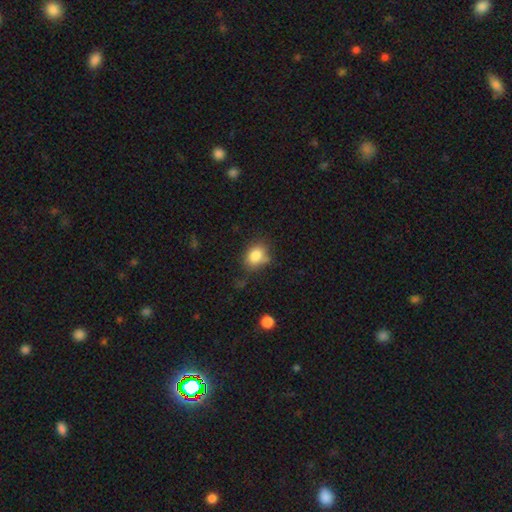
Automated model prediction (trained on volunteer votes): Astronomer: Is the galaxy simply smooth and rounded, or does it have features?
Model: smooth — 84%.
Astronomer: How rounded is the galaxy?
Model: in between — 64%.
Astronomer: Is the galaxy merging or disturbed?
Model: none — 66%.